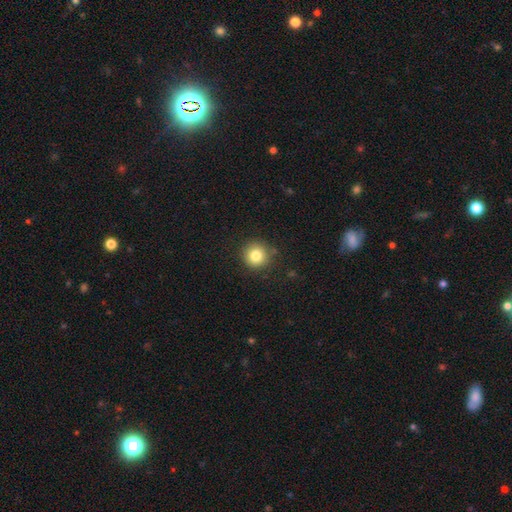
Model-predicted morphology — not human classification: This is clearly a smooth galaxy (82%). How rounded: clearly round (95%). Merging: clearly none (88%).